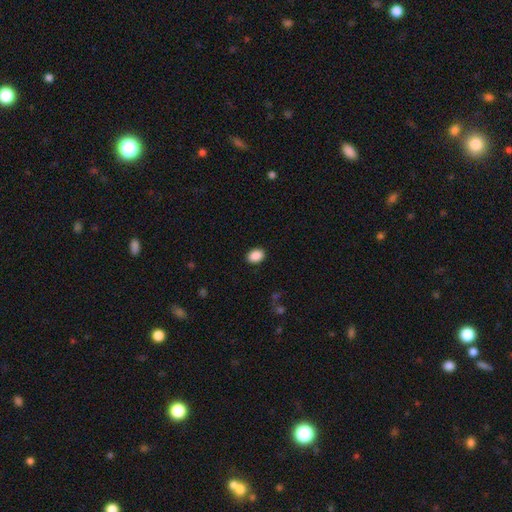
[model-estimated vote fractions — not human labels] Smooth or featured?
  - smooth: 90% *
  - star or artifact: 8%
  - featured or disk: 3%
How rounded?
  - in between: 76% *
  - round: 23%
  - cigar-shaped: 1%
Merging?
  - none: 89% *
  - minor disturbance: 7%
  - major disturbance: 2%
  - merger: 1%